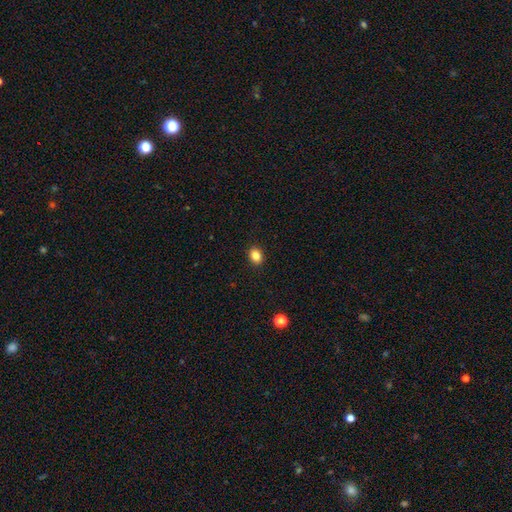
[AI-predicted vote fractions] The model was most divided on "how rounded": in between: 56%, round: 43%, cigar-shaped: 1%. More confident: merging — none (91%); smooth or featured — smooth (85%).